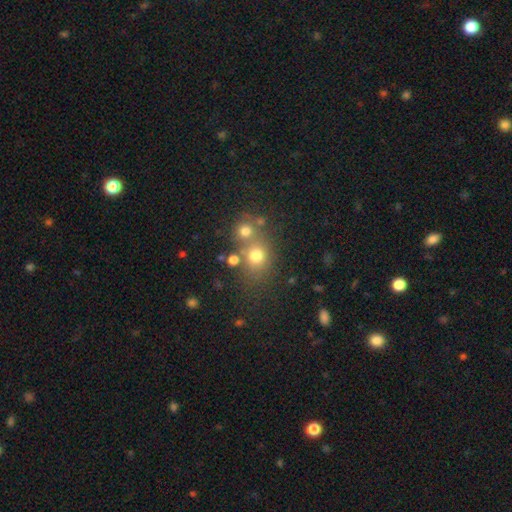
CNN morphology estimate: A smooth galaxy with no disk features (71%) that is round (73%).

Vote fractions:
- Smooth or featured? smooth: 71% / star or artifact: 18% / featured or disk: 11%
- How rounded? round: 73% / in between: 26% / cigar-shaped: 1%
- Merging? none: 55% / merger: 29% / minor disturbance: 10% / major disturbance: 5%